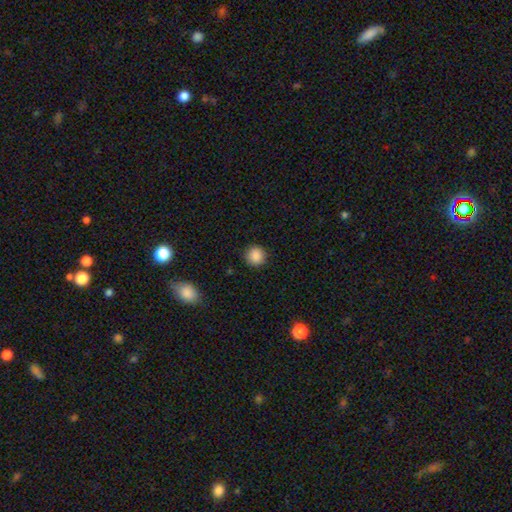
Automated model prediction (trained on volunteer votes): A smooth galaxy with no disk features (88%) that is round (92%). Merging: none (89%).